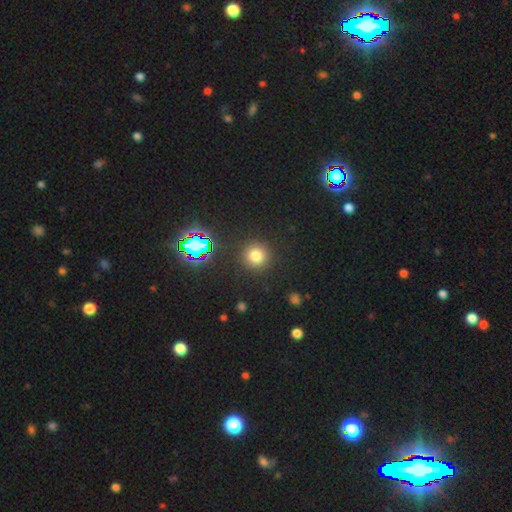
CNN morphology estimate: This appears to be a smooth galaxy with no disk features (74%) that is round (94%). Merging: none (90%).